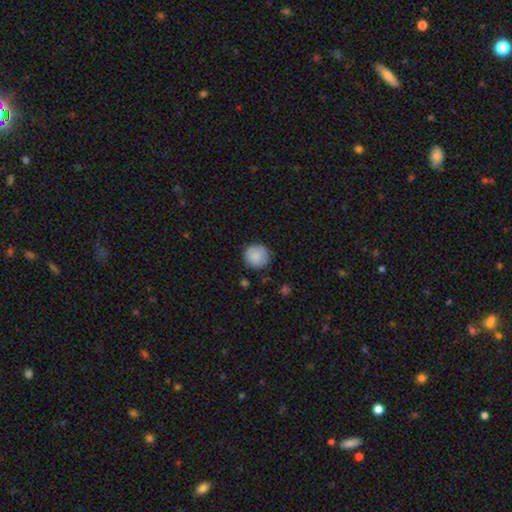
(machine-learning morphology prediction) smooth_or_featured: smooth (p=0.84) [alt: featured or disk p=0.09]
how_rounded: round (p=0.91) [alt: in between p=0.08]
merging: none (p=0.79) [alt: minor disturbance p=0.16]